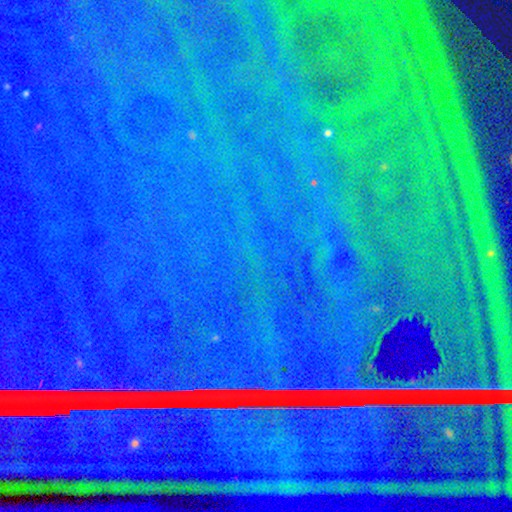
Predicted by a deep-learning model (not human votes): Smooth or featured? star or artifact (86%)